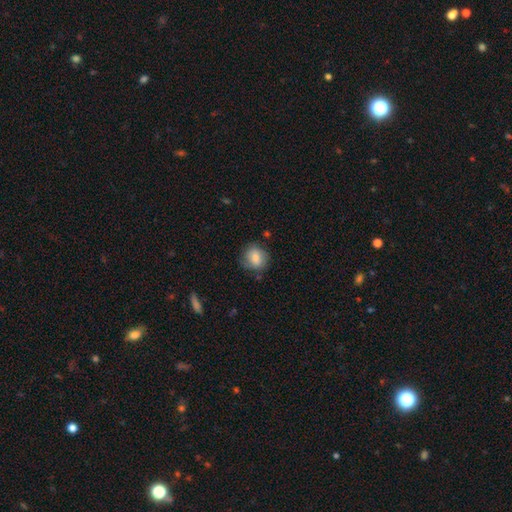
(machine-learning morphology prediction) type=smooth (70%); roundness=round (74%); merging=none (74%).